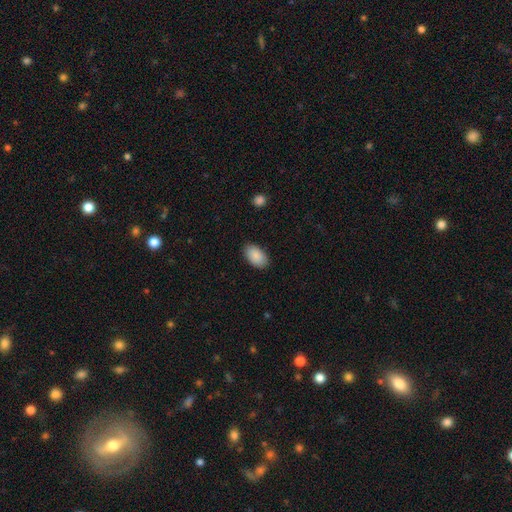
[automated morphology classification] Smooth or featured?
  - smooth: 89% *
  - star or artifact: 6%
  - featured or disk: 4%
How rounded?
  - in between: 95% *
  - round: 4%
  - cigar-shaped: 1%
Merging?
  - none: 88% *
  - minor disturbance: 9%
  - major disturbance: 2%
  - merger: 1%